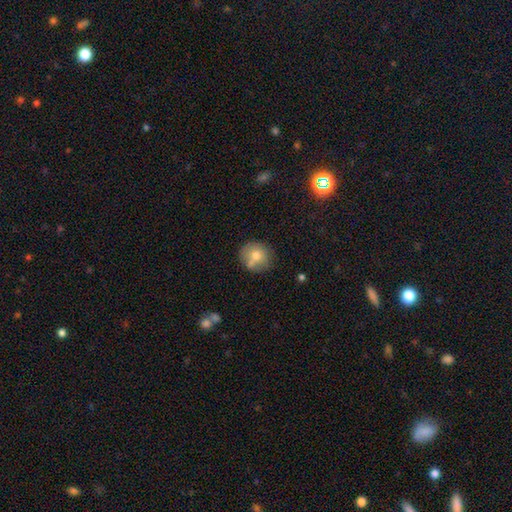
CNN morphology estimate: Smooth or featured?
  - smooth: 72% *
  - featured or disk: 19%
  - star or artifact: 9%
How rounded?
  - round: 87% *
  - in between: 12%
  - cigar-shaped: 1%
Merging?
  - none: 61% *
  - merger: 18%
  - minor disturbance: 16%
  - major disturbance: 5%